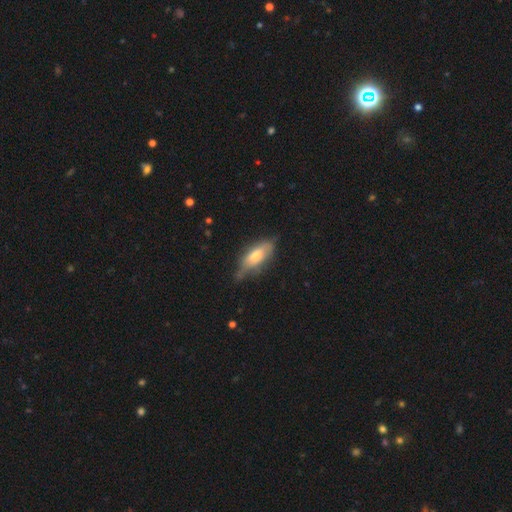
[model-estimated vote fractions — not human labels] Q: Smooth or featured?
A: smooth (58%); runner-up: featured or disk (36%)
Q: How rounded?
A: in between (69%); runner-up: cigar-shaped (28%)
Q: Merging?
A: none (52%); runner-up: minor disturbance (36%)